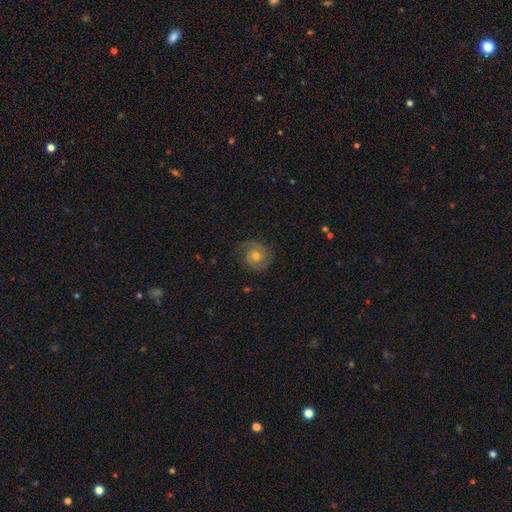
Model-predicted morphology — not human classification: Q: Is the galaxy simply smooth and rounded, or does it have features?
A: featured or disk — 56%.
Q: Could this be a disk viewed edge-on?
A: no — 97%.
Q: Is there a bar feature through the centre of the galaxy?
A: no — 79%.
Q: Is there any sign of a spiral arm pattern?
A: yes — 86%.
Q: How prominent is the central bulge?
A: moderate — 68%.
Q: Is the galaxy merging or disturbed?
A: none — 73%.